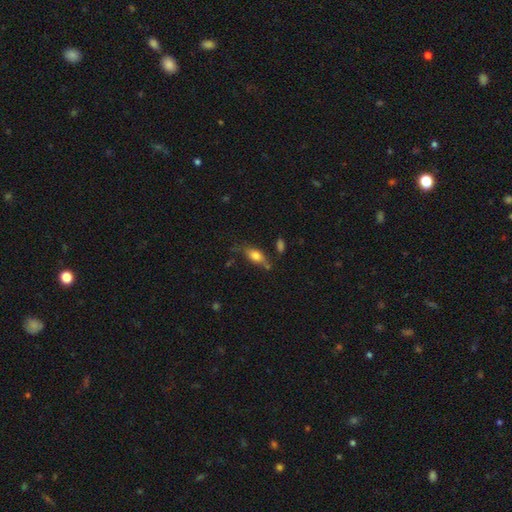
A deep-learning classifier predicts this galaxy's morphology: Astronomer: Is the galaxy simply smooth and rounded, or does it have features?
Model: smooth — 73%.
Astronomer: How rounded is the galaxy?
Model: in between — 80%.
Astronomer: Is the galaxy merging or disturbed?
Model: none — 61%.